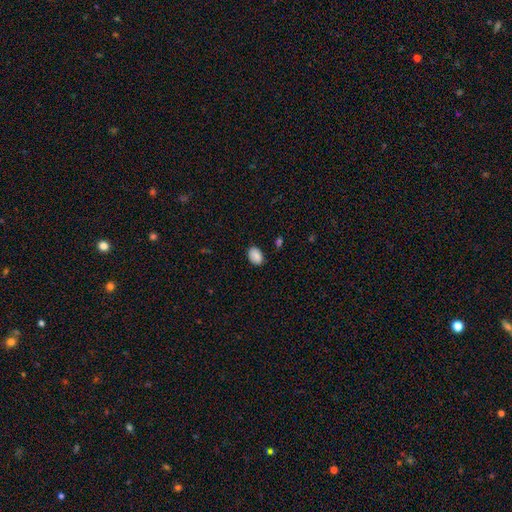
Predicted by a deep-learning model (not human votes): Smooth or featured: smooth — 87% (star or artifact — 8%)
How rounded: in between — 81% (round — 18%)
Merging: none — 80% (minor disturbance — 16%)